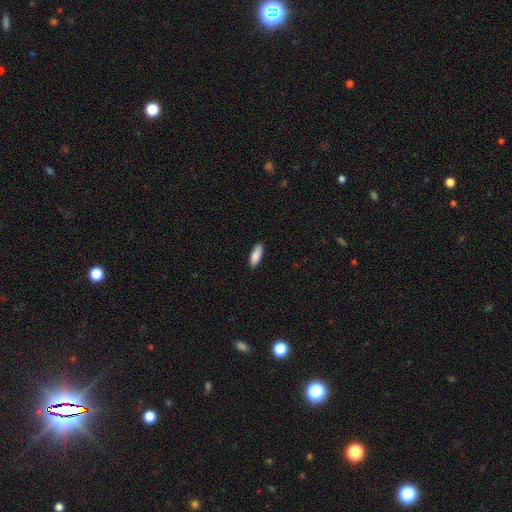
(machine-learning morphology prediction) smooth 88%, featured or disk 6%, star or artifact 6%. Down the decision tree: how rounded — in between (71%); merging — none (88%).